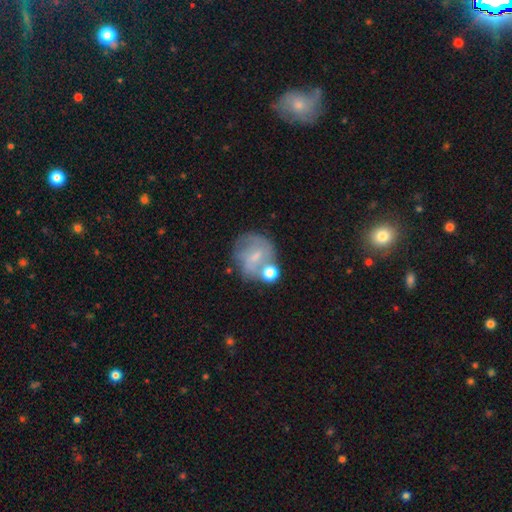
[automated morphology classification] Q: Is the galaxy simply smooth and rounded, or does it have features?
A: smooth — 47%.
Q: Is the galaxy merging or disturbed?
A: none — 45%.